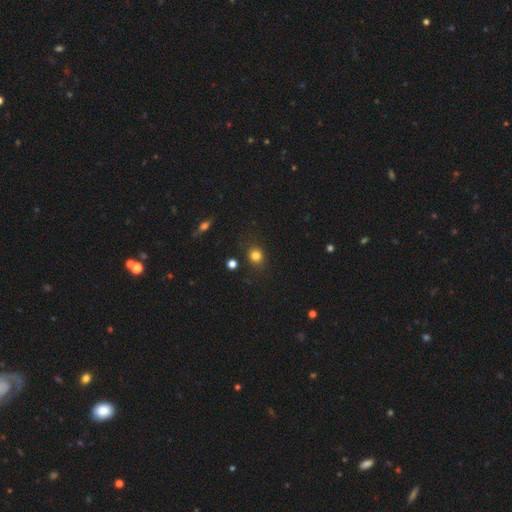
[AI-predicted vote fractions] Smooth or featured? Predicted: smooth (p=0.81). How rounded? Predicted: round (p=0.81). Merging? Predicted: none (p=0.83).